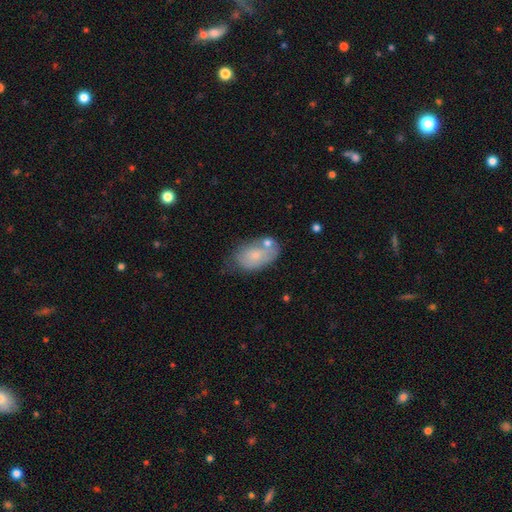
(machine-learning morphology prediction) Smooth or featured? Predicted: smooth (p=0.66). How rounded? Predicted: in between (p=0.91). Merging? Predicted: none (p=0.45).